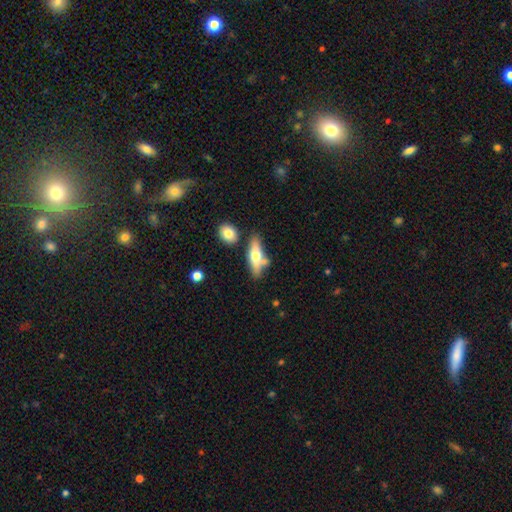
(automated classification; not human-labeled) Q: Smooth or featured?
A: smooth (54%); runner-up: featured or disk (40%)
Q: How rounded?
A: in between (52%); runner-up: cigar-shaped (44%)
Q: Merging?
A: none (57%); runner-up: minor disturbance (18%)